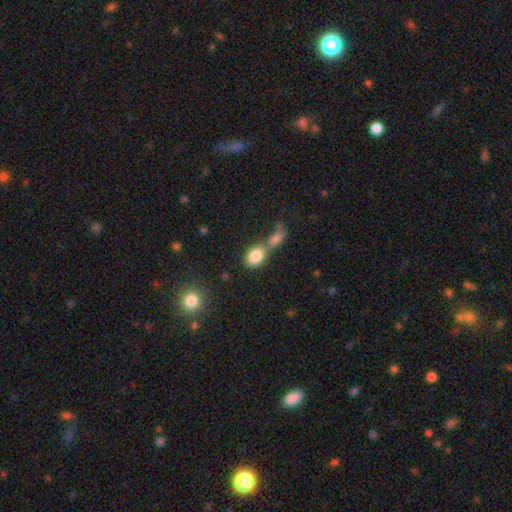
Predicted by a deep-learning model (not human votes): smooth_or_featured: smooth (p=0.83) [alt: star or artifact p=0.08]
how_rounded: in between (p=0.76) [alt: round p=0.22]
merging: merger (p=0.47) [alt: none p=0.38]